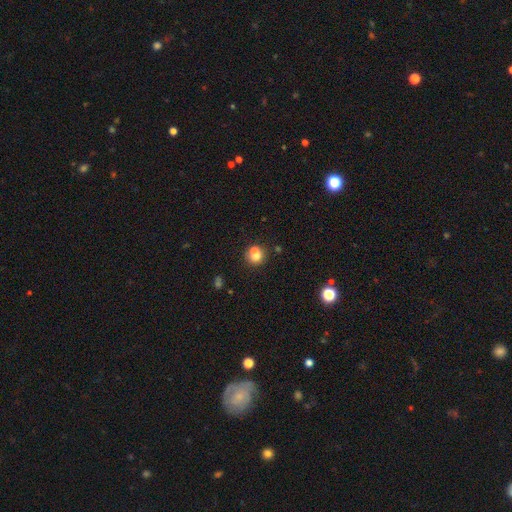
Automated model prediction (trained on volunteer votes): The model was most divided on "merging": merger: 45%, none: 43%, minor disturbance: 9%, major disturbance: 4%. More confident: how rounded — round (76%); smooth or featured — smooth (70%).